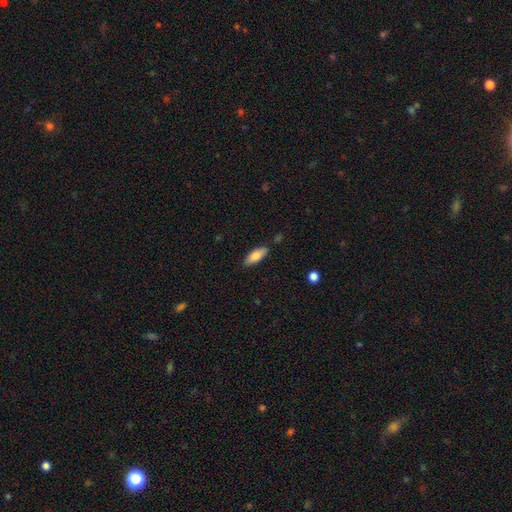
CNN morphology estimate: Q: Smooth or featured?
A: smooth (80%); runner-up: featured or disk (14%)
Q: How rounded?
A: in between (73%); runner-up: cigar-shaped (26%)
Q: Merging?
A: none (81%); runner-up: minor disturbance (14%)